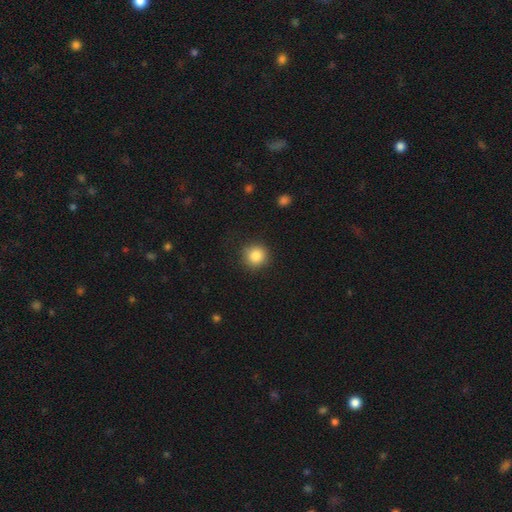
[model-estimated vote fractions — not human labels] Smooth or featured? Predicted: smooth (p=0.85). How rounded? Predicted: round (p=0.93). Merging? Predicted: none (p=0.89).